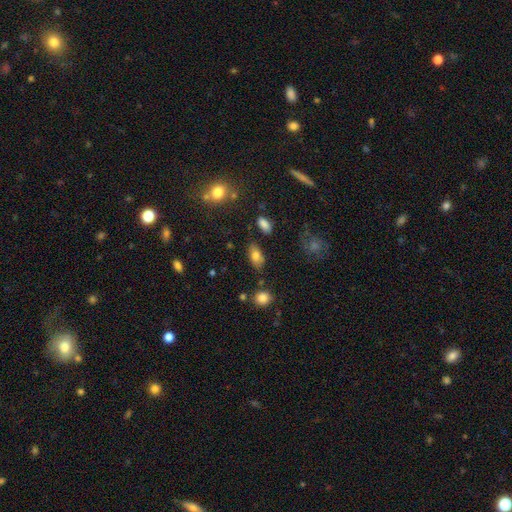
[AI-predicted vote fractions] Overall: smooth (75%). How rounded: in between (88%). Merging: none (78%).